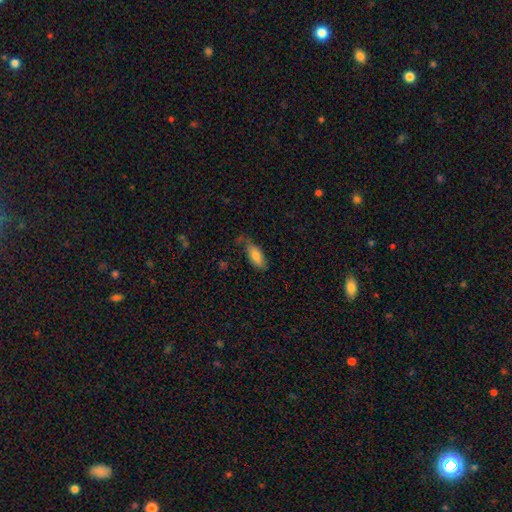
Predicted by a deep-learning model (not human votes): Q: Smooth or featured?
A: smooth (79%); runner-up: featured or disk (15%)
Q: How rounded?
A: in between (78%); runner-up: cigar-shaped (20%)
Q: Merging?
A: none (60%); runner-up: minor disturbance (29%)